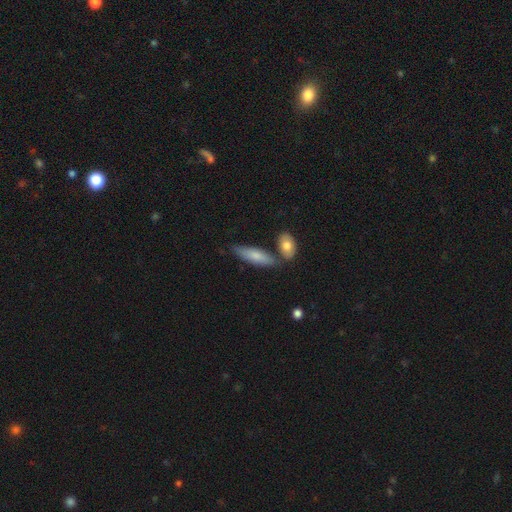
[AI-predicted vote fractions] A smooth galaxy with no disk features (74%) that is cigar-shaped (53%). Merging: none (67%).